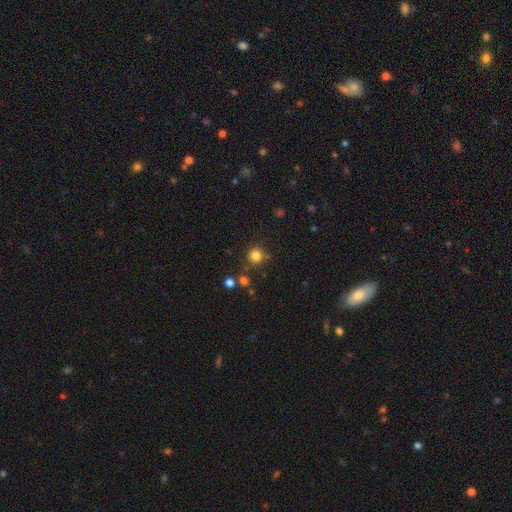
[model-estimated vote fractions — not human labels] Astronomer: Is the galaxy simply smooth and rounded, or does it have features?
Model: smooth — 81%.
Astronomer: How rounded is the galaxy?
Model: round — 94%.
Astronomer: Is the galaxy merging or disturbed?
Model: none — 81%.